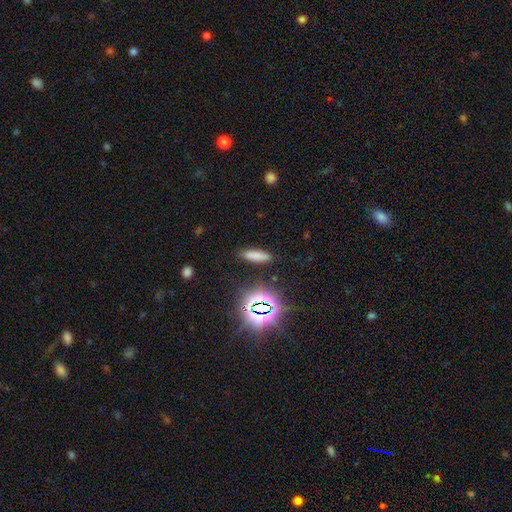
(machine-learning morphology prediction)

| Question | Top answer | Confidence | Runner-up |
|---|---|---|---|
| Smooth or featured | smooth | 72% | star or artifact (21%) |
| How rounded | cigar-shaped | 60% | in between (37%) |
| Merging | none | 87% | minor disturbance (8%) |